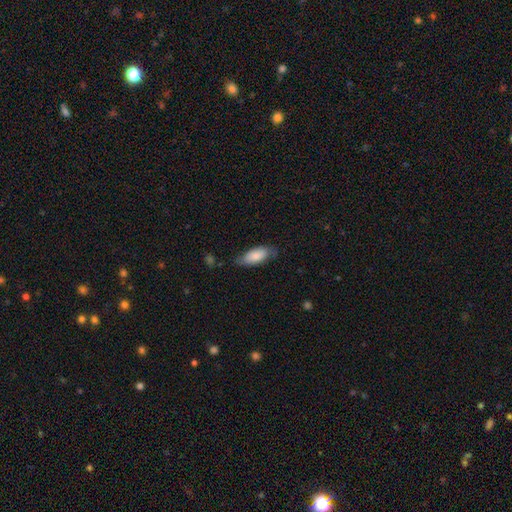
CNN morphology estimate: This is clearly a smooth galaxy (81%). How rounded: clearly in between (82%). Merging: likely none (69%).